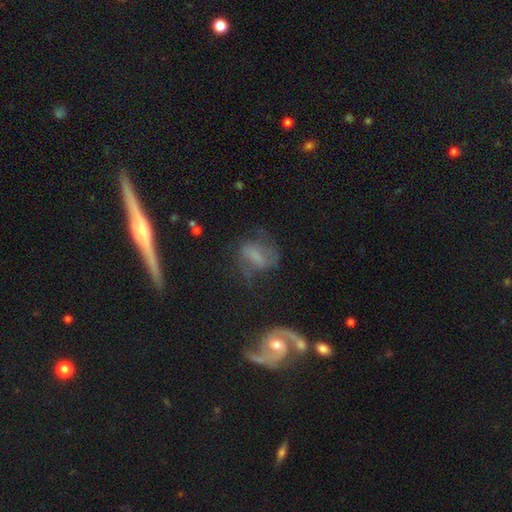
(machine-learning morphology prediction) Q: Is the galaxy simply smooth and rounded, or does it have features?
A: featured or disk — 57%.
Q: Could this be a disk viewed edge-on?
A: no — 95%.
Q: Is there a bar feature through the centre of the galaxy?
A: weak — 42%.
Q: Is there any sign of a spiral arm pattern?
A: yes — 82%.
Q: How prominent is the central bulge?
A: none — 39%.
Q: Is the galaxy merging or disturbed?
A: none — 49%.